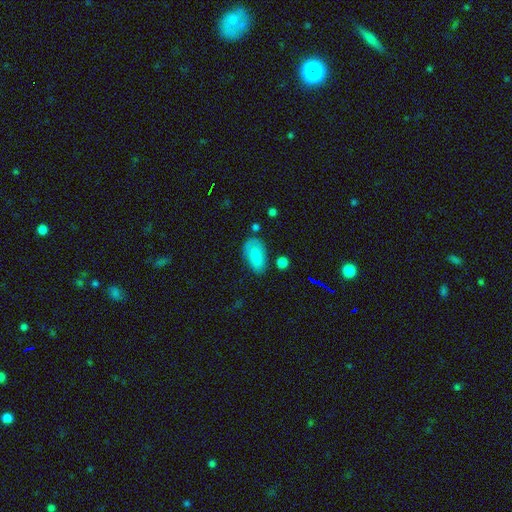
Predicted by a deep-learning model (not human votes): Overall: smooth (81%). How rounded: in between (93%). Merging: none (67%).